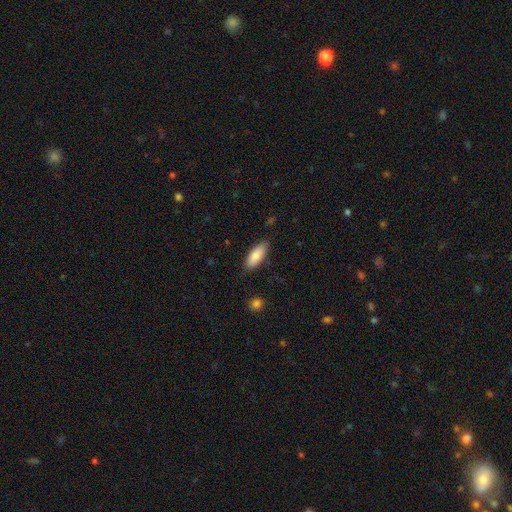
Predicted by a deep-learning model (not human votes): The model was most divided on "how rounded": in between: 75%, cigar-shaped: 23%, round: 2%. More confident: smooth or featured — smooth (84%); merging — none (83%).